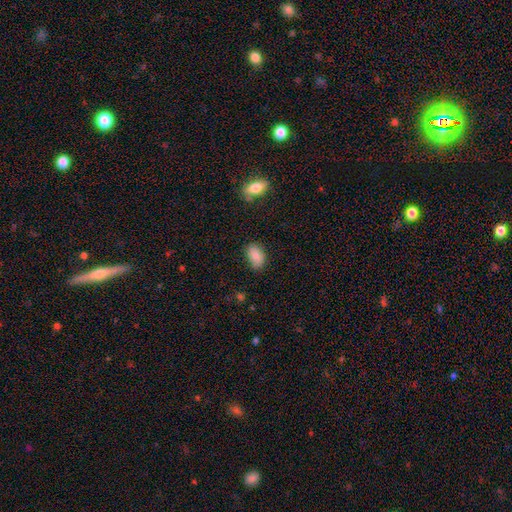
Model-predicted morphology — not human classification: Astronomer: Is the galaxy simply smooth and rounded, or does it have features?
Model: smooth — 82%.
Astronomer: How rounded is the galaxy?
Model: in between — 90%.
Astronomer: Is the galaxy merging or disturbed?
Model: none — 72%.